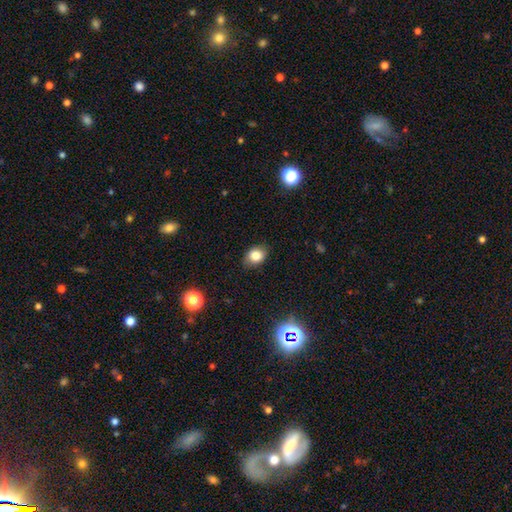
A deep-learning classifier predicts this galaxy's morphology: Smooth or featured?
  - smooth: 81% *
  - star or artifact: 11%
  - featured or disk: 9%
How rounded?
  - in between: 67% *
  - round: 31%
  - cigar-shaped: 1%
Merging?
  - none: 83% *
  - minor disturbance: 13%
  - major disturbance: 3%
  - merger: 1%